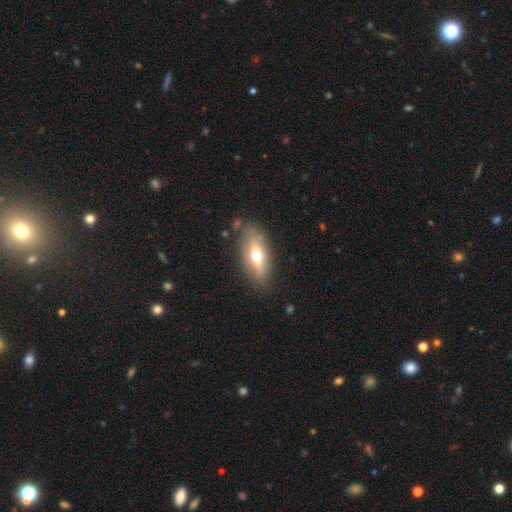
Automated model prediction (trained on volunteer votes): Morphology: type=smooth (51%); roundness=in between (65%); merging=none (78%).